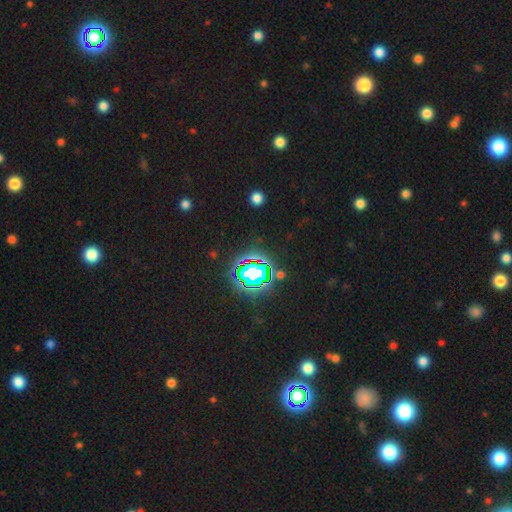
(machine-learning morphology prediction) smooth-or-featured: star or artifact: 80% | smooth: 13% | featured or disk: 7%